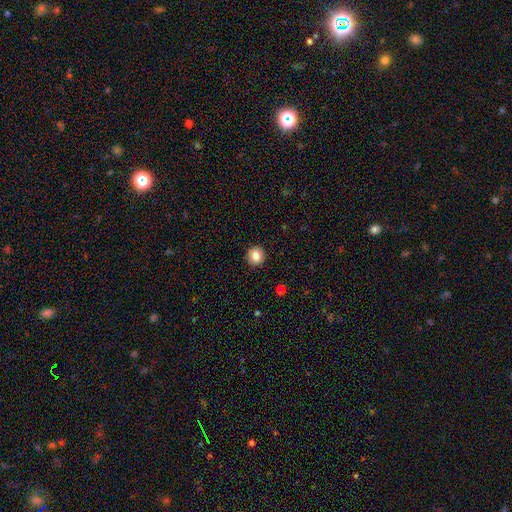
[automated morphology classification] A smooth galaxy with no disk features (85%) that is round (89%).

Vote fractions:
- Smooth or featured? smooth: 85% / star or artifact: 9% / featured or disk: 6%
- How rounded? round: 89% / in between: 10% / cigar-shaped: 1%
- Merging? none: 91% / minor disturbance: 6% / major disturbance: 2% / merger: 1%